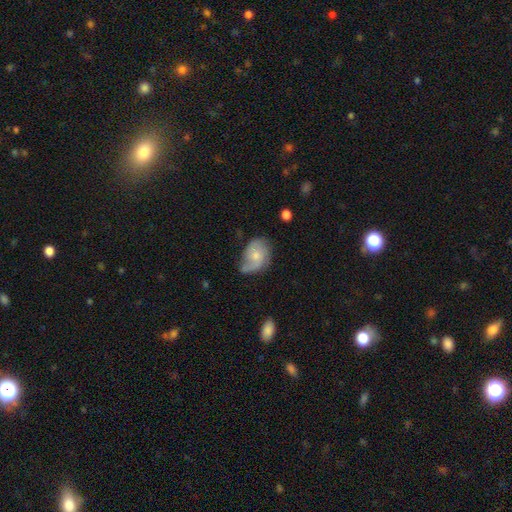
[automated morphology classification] Overall: featured or disk (52%; smooth 41%). Edge-on disk: no (97%). Bar: no (72%). Spiral arms: yes (81%). Bulge size: moderate (45%; small 42%). Merging: none (43%; minor disturbance 35%).